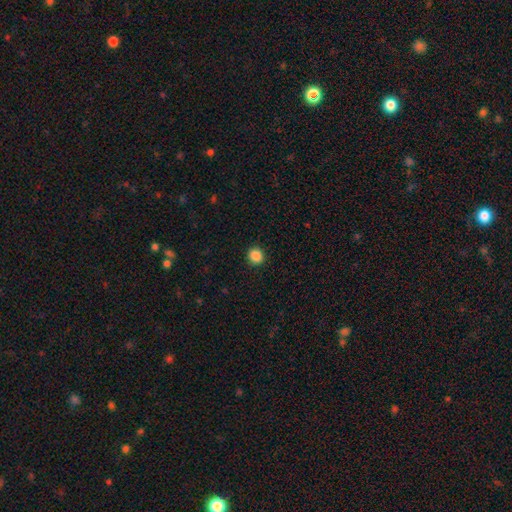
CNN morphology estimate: type=smooth (87%); roundness=round (88%); merging=none (92%).